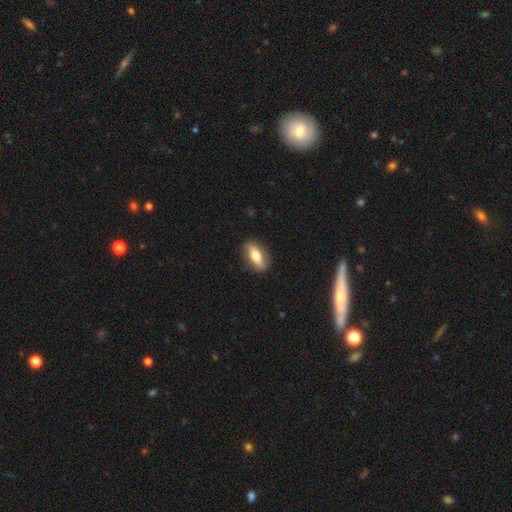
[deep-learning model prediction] smooth_or_featured: smooth (p=0.62) [alt: featured or disk p=0.32]
how_rounded: in between (p=0.80) [alt: cigar-shaped p=0.14]
merging: none (p=0.83) [alt: minor disturbance p=0.12]